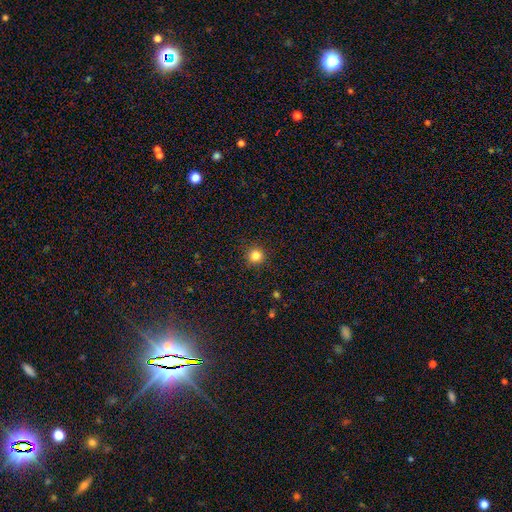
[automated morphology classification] The model was most divided on "smooth or featured": smooth: 84%, star or artifact: 12%, featured or disk: 4%. More confident: how rounded — round (94%); merging — none (91%).